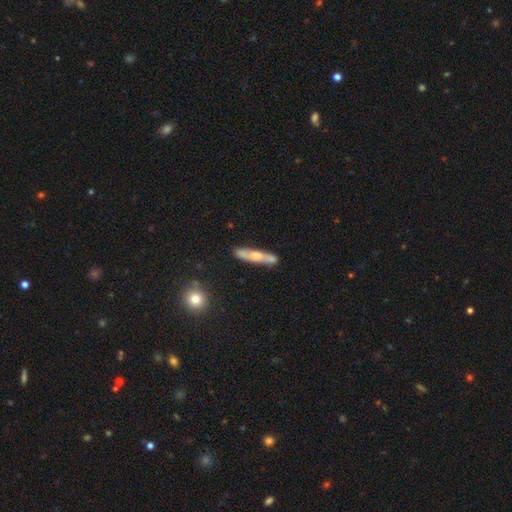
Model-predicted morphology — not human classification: Smooth or featured?
  - featured or disk: 49% *
  - smooth: 45%
  - star or artifact: 6%
Merging?
  - none: 74% *
  - minor disturbance: 15%
  - merger: 8%
  - major disturbance: 3%